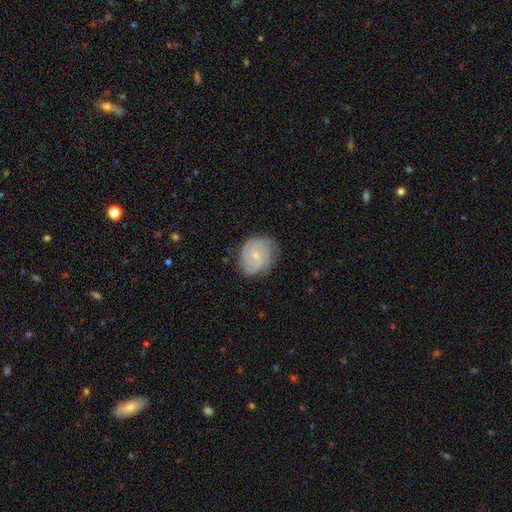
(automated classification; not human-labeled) Overall: featured or disk (73%). Edge-on disk: no (97%). Bar: no (73%). Spiral arms: yes (93%). Spiral arm count: can't tell (30%; 3 29%). Spiral winding: tight (57%; medium 33%). Bulge size: small (70%). Merging: none (71%).